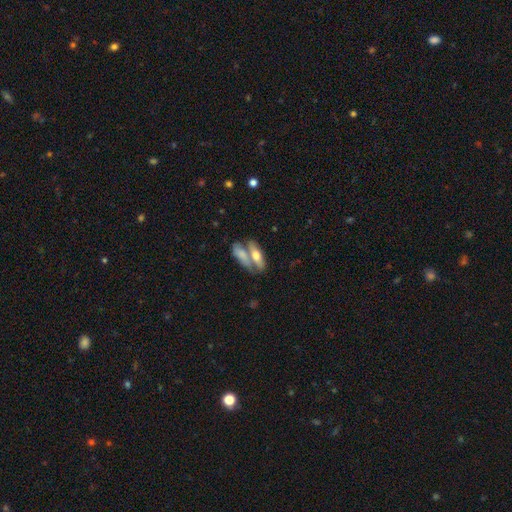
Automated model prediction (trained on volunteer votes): This appears to be a smooth galaxy with no disk features (60%) that is in between round and cigar-shaped (65%). Merging: merger (49%).